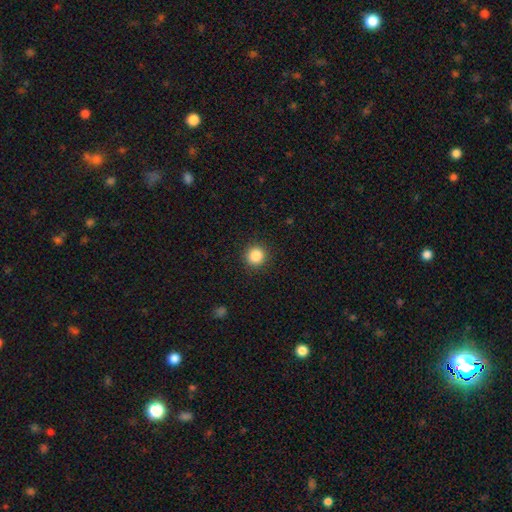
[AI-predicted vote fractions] A smooth galaxy with no disk features (86%) that is round (94%).

Vote fractions:
- Smooth or featured? smooth: 86% / star or artifact: 10% / featured or disk: 4%
- How rounded? round: 94% / in between: 5% / cigar-shaped: 1%
- Merging? none: 92% / minor disturbance: 5% / major disturbance: 2% / merger: 1%